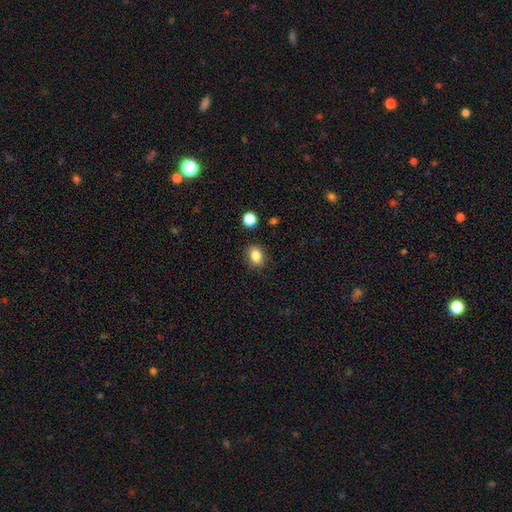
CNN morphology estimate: Smooth or featured: smooth — 84% (star or artifact — 10%)
How rounded: in between — 56% (round — 43%)
Merging: none — 86% (minor disturbance — 9%)